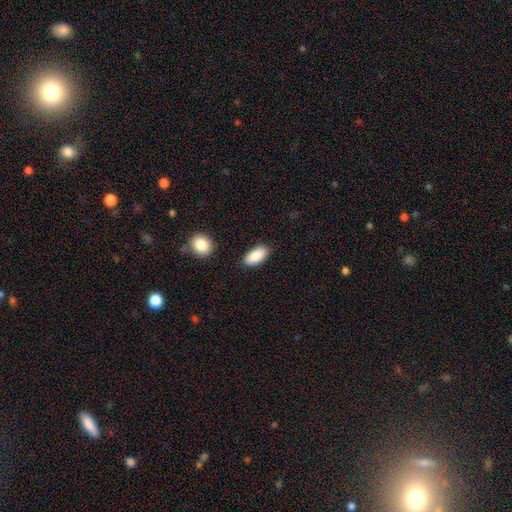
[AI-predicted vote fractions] smooth 88%, star or artifact 7%, featured or disk 6%. Down the decision tree: how rounded — in between (91%); merging — none (85%).